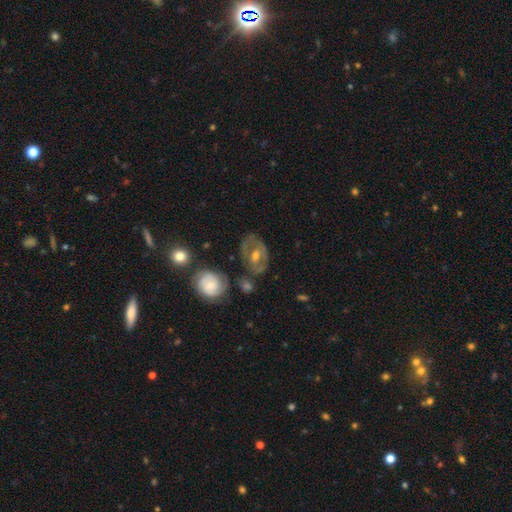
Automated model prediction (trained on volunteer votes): Morphology: type=featured or disk (62%); edge-on=no (93%); bar=no (52%); spiral arms=no (56%); bulge=moderate (67%); merging=none (62%).